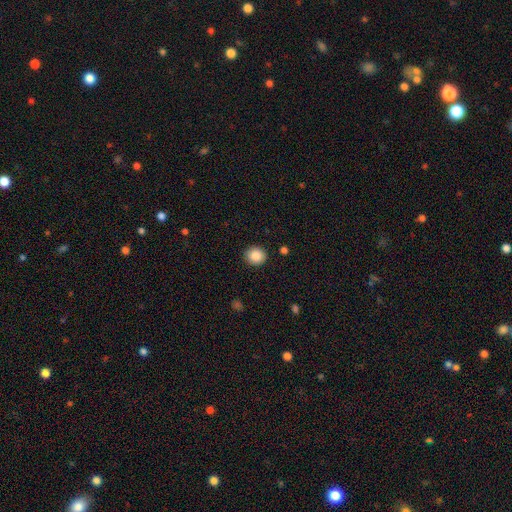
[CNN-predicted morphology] This appears to be a smooth galaxy with no disk features (87%) that is round (86%). Merging: none (91%).